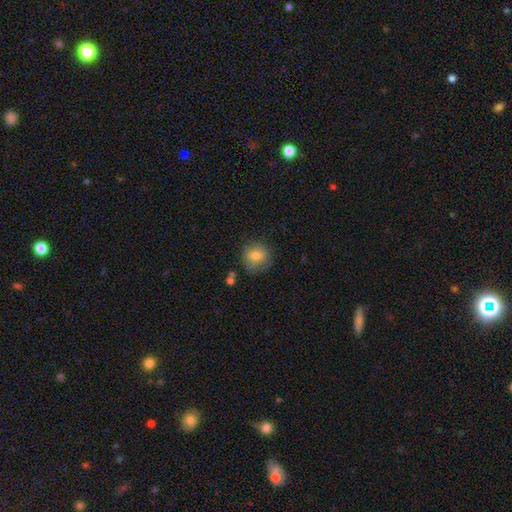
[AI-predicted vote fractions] A smooth galaxy with no disk features (76%) that is round (86%).

Vote fractions:
- Smooth or featured? smooth: 76% / featured or disk: 14% / star or artifact: 10%
- How rounded? round: 86% / in between: 13% / cigar-shaped: 1%
- Merging? none: 77% / minor disturbance: 16% / major disturbance: 4% / merger: 3%